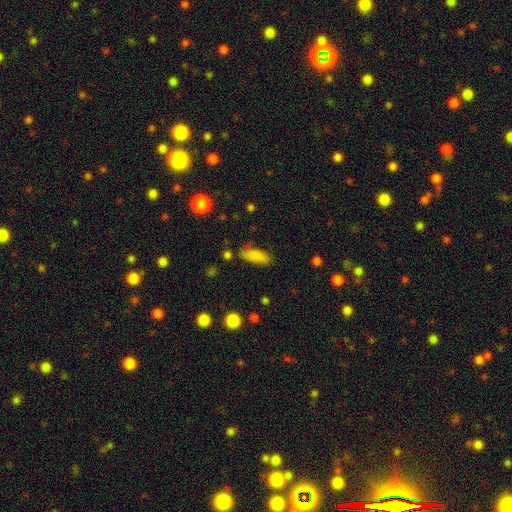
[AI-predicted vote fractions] A smooth galaxy with no disk features (84%) that is in between round and cigar-shaped (72%).

Vote fractions:
- Smooth or featured? smooth: 84% / star or artifact: 8% / featured or disk: 7%
- How rounded? in between: 72% / cigar-shaped: 26% / round: 3%
- Merging? none: 74% / minor disturbance: 18% / major disturbance: 5% / merger: 3%